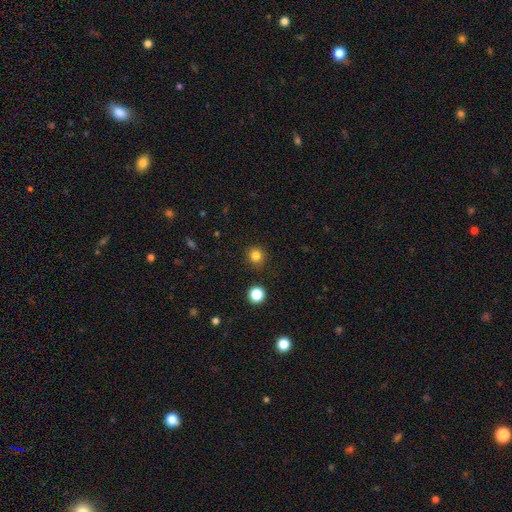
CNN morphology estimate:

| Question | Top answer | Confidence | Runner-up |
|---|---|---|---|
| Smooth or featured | smooth | 82% | star or artifact (14%) |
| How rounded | round | 91% | in between (8%) |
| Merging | none | 90% | minor disturbance (6%) |